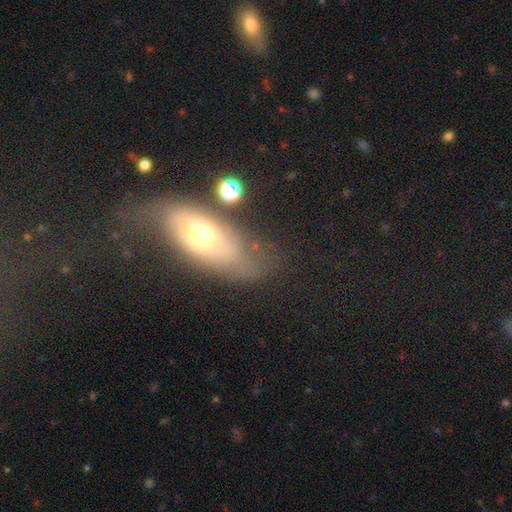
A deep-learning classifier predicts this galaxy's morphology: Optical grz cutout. It shows a featured or disk galaxy (55%). Merging: none (53%).